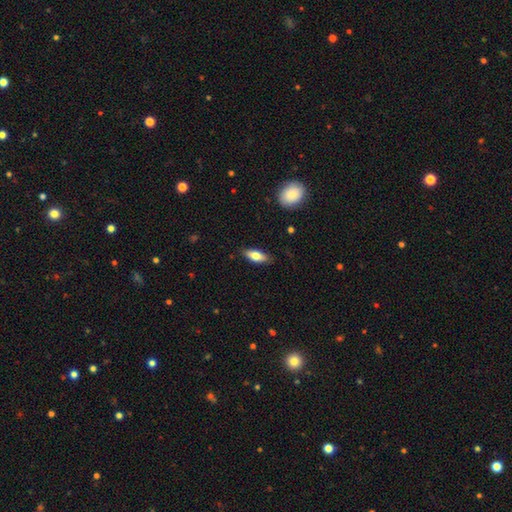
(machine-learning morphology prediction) The model was most divided on "how rounded": in between: 75%, cigar-shaped: 22%, round: 2%. More confident: merging — none (83%); smooth or featured — smooth (74%).